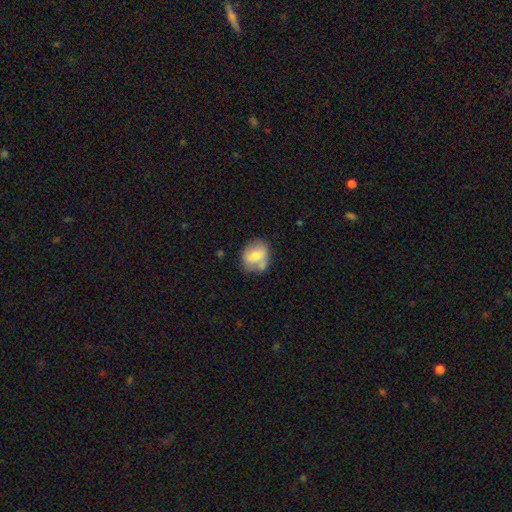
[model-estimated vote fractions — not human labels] Smooth or featured? smooth (64%)
How rounded? round (59%)
Merging? none (55%)